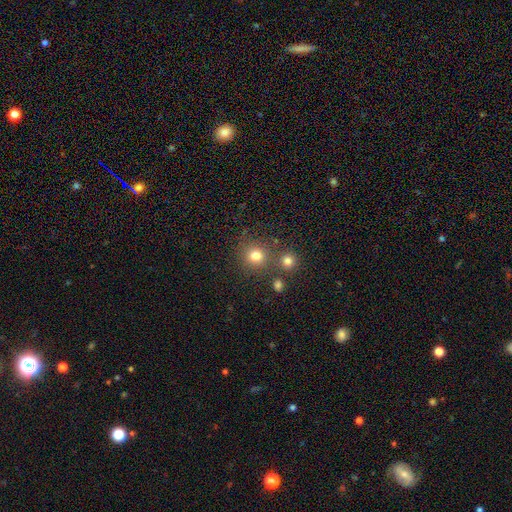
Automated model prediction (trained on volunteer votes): A smooth galaxy with no disk features (78%) that is round (91%).

Vote fractions:
- Smooth or featured? smooth: 78% / star or artifact: 15% / featured or disk: 6%
- How rounded? round: 91% / in between: 8% / cigar-shaped: 1%
- Merging? none: 76% / merger: 12% / minor disturbance: 8% / major disturbance: 4%